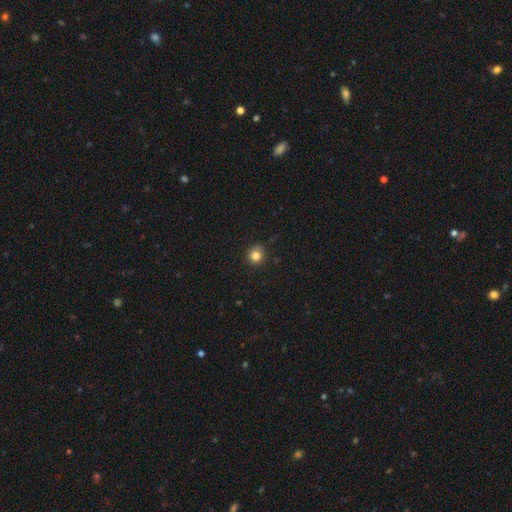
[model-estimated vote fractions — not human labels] This is clearly a smooth galaxy (82%). How rounded: clearly round (91%). Merging: clearly none (84%).